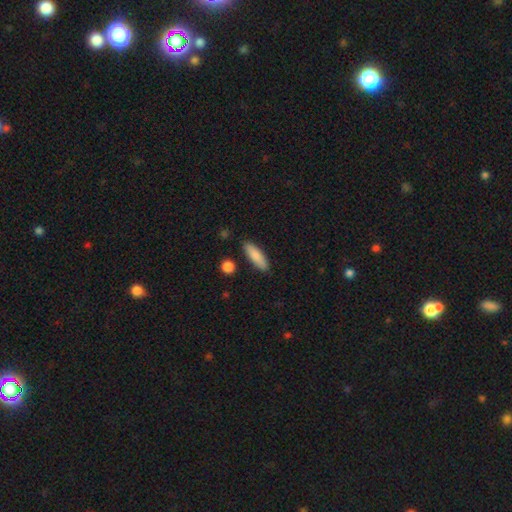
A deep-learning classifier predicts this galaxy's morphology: Smooth or featured? Predicted: smooth (p=0.85). How rounded? Predicted: cigar-shaped (p=0.56). Merging? Predicted: none (p=0.86).